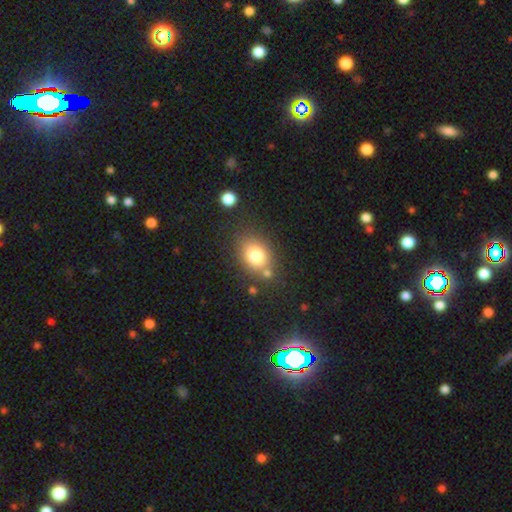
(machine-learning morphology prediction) Overall: smooth (79%). How rounded: in between (62%; round 37%). Merging: none (69%).